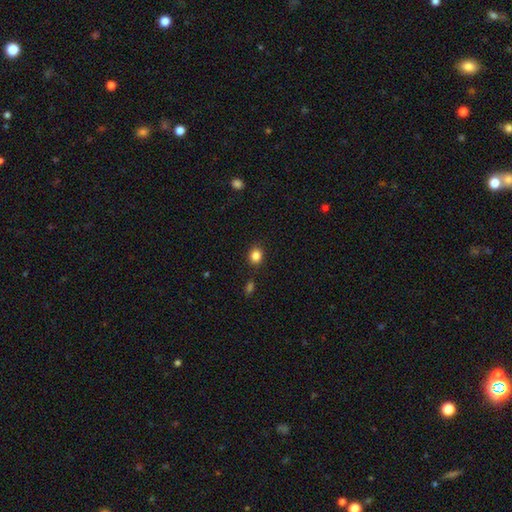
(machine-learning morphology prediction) smooth_or_featured: smooth (p=0.84) [alt: star or artifact p=0.11]
how_rounded: round (p=0.71) [alt: in between p=0.29]
merging: none (p=0.86) [alt: minor disturbance p=0.09]